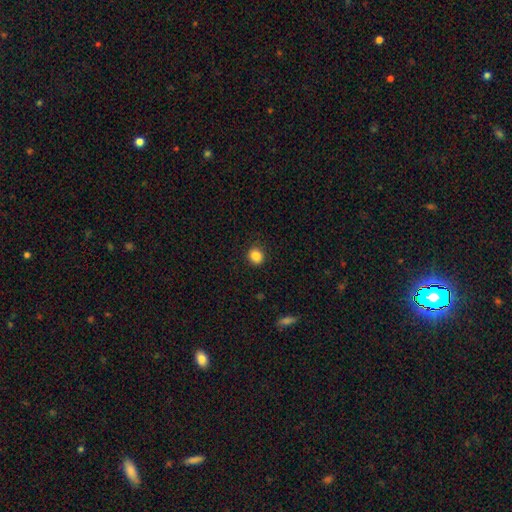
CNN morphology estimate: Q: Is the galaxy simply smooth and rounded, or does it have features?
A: smooth — 85%.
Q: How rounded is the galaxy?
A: round — 84%.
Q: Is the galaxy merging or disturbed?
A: none — 89%.